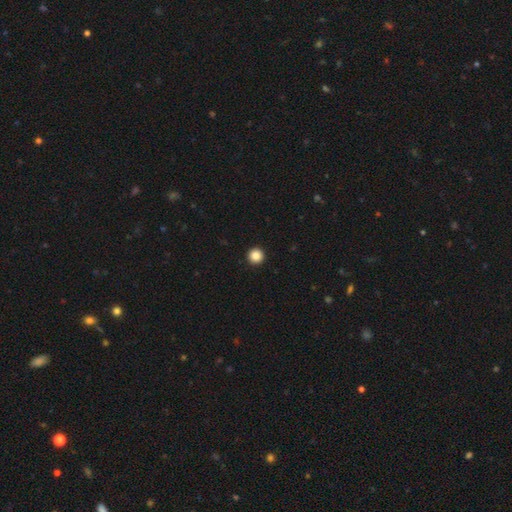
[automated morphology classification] Smooth or featured? smooth (87%)
How rounded? round (97%)
Merging? none (94%)